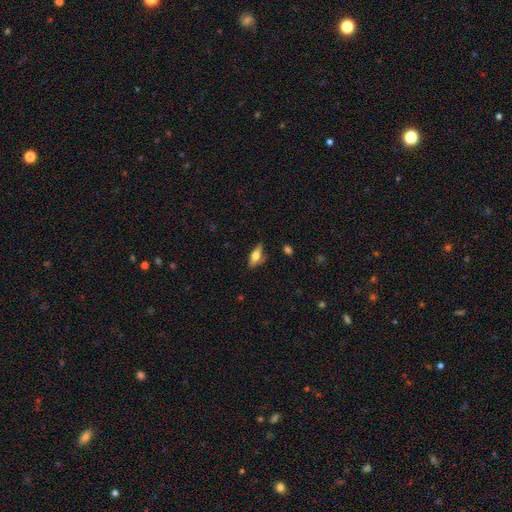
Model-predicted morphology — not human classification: This is possibly a smooth galaxy (55%). How rounded: likely in between (65%). Merging: likely none (69%).